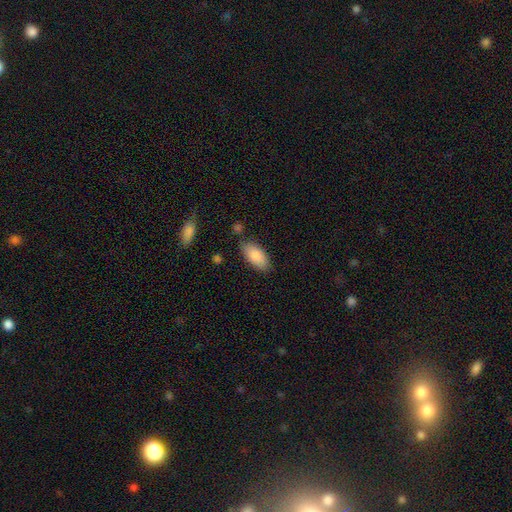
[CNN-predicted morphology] A smooth galaxy with no disk features (88%) that is in between round and cigar-shaped (90%).

Vote fractions:
- Smooth or featured? smooth: 88% / star or artifact: 6% / featured or disk: 6%
- How rounded? in between: 90% / cigar-shaped: 8% / round: 2%
- Merging? none: 76% / minor disturbance: 16% / merger: 4% / major disturbance: 4%